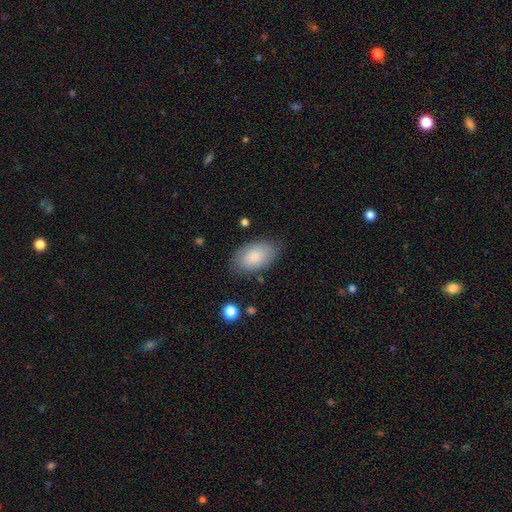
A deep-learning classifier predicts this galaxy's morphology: smooth 83%, featured or disk 11%, star or artifact 7%. Down the decision tree: how rounded — in between (94%); merging — none (82%).